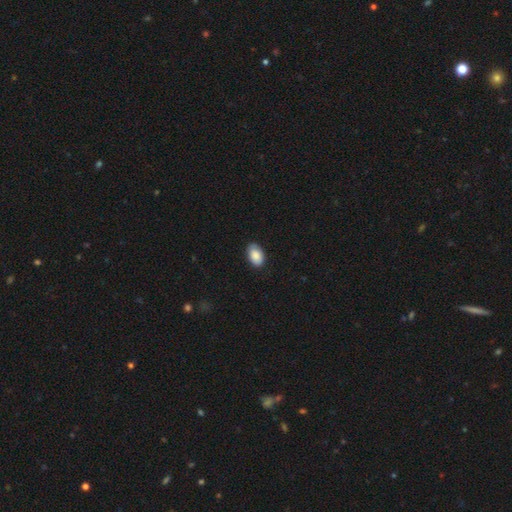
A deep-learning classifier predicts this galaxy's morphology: type=smooth (86%); roundness=in between (92%); merging=none (82%).